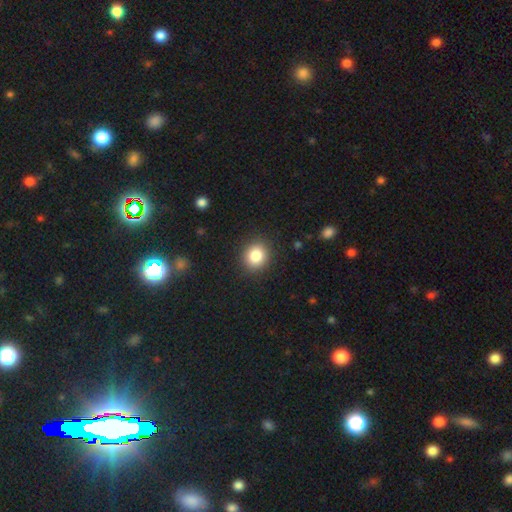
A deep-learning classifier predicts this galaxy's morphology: A smooth galaxy with no disk features (84%) that is round (79%).

Vote fractions:
- Smooth or featured? smooth: 84% / star or artifact: 10% / featured or disk: 6%
- How rounded? round: 79% / in between: 20% / cigar-shaped: 1%
- Merging? none: 90% / minor disturbance: 6% / major disturbance: 2% / merger: 1%